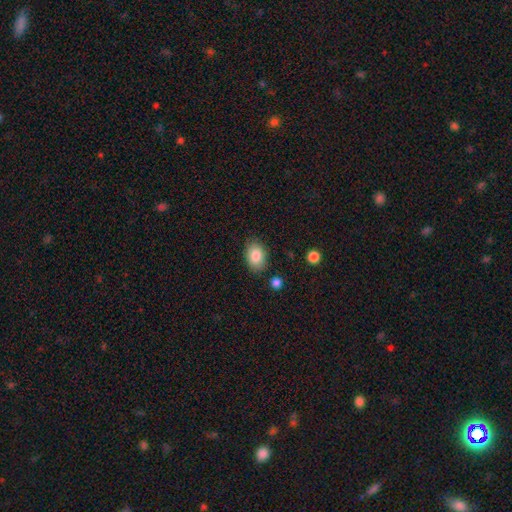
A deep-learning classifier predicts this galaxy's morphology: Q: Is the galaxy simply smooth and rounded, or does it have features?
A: smooth — 85%.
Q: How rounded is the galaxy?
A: in between — 82%.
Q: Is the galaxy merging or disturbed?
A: none — 83%.